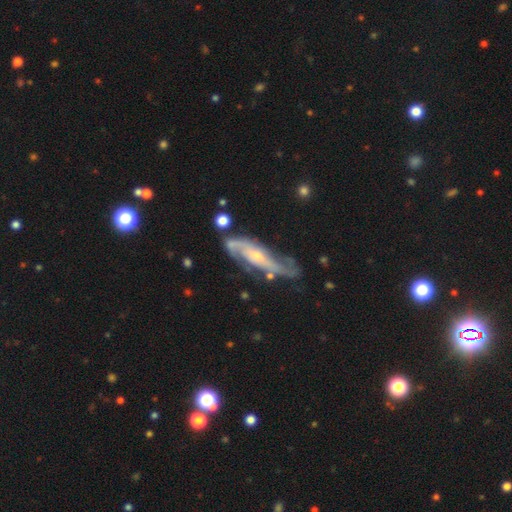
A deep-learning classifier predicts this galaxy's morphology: Q: Smooth or featured?
A: featured or disk (81%); runner-up: smooth (13%)
Q: Edge-on disk?
A: no (72%); runner-up: yes (28%)
Q: Bar?
A: no (53%); runner-up: weak (33%)
Q: Spiral arms?
A: yes (90%); runner-up: no (10%)
Q: Spiral winding?
A: medium (42%); runner-up: tight (31%)
Q: Spiral arm count?
A: 2 (66%); runner-up: can't tell (22%)
Q: Bulge size?
A: small (56%); runner-up: moderate (38%)
Q: Merging?
A: none (60%); runner-up: minor disturbance (23%)